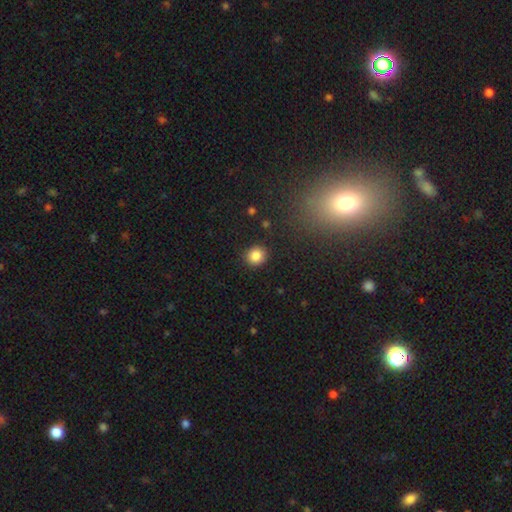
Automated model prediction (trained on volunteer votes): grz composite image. It shows a smooth galaxy with no disk features (85%) that is round (88%). Merging: none (90%).